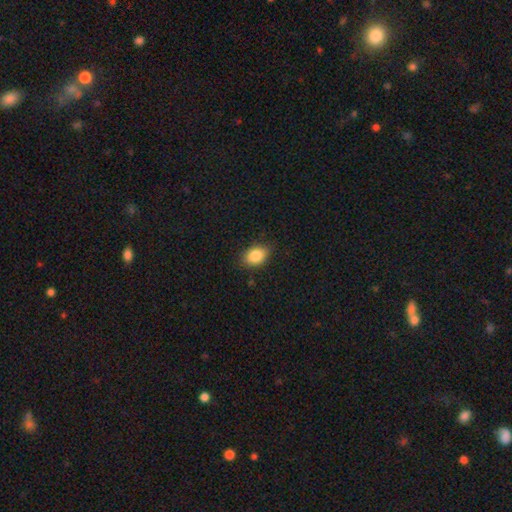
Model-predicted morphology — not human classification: A smooth galaxy with no disk features (84%) that is in between round and cigar-shaped (83%).

Vote fractions:
- Smooth or featured? smooth: 84% / star or artifact: 8% / featured or disk: 7%
- How rounded? in between: 83% / round: 15% / cigar-shaped: 2%
- Merging? none: 84% / minor disturbance: 13% / major disturbance: 2% / merger: 1%